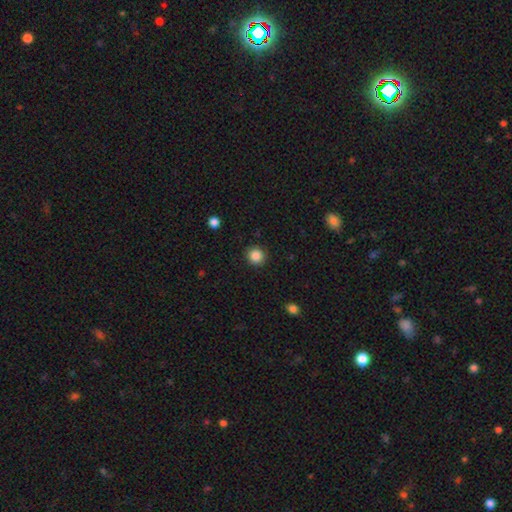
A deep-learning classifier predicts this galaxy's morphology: Q: Smooth or featured?
A: smooth (87%); runner-up: star or artifact (10%)
Q: How rounded?
A: round (94%); runner-up: in between (5%)
Q: Merging?
A: none (91%); runner-up: minor disturbance (6%)